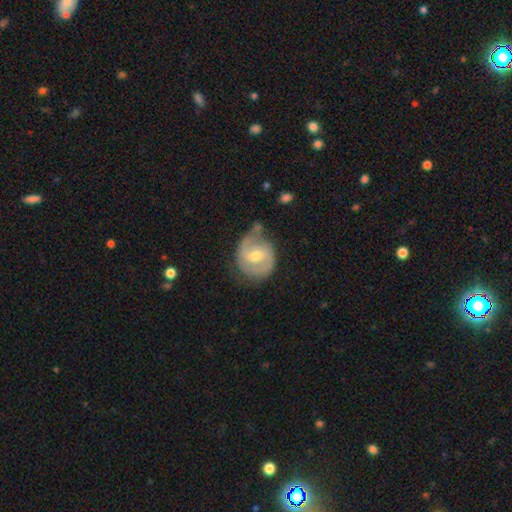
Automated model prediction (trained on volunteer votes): Overall: featured or disk (76%). Edge-on disk: no (97%). Bar: weak (56%; no 26%). Spiral arms: yes (90%). Spiral arm count: 2 (77%). Spiral winding: medium (45%; tight 37%). Bulge size: moderate (63%; small 32%). Merging: none (59%; minor disturbance 26%).